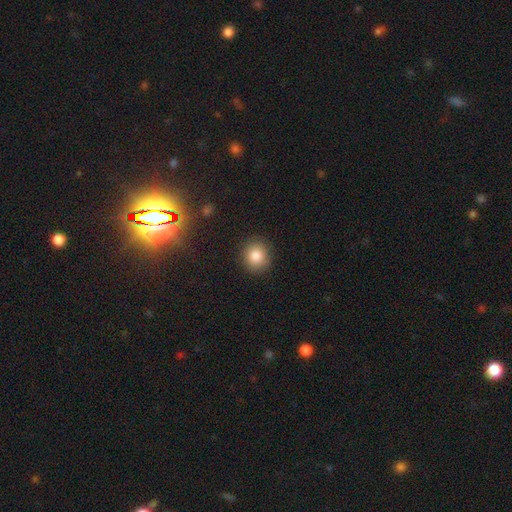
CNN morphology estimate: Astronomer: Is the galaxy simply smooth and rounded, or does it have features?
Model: smooth — 85%.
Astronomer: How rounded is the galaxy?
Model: round — 83%.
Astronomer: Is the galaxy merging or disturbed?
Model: none — 88%.